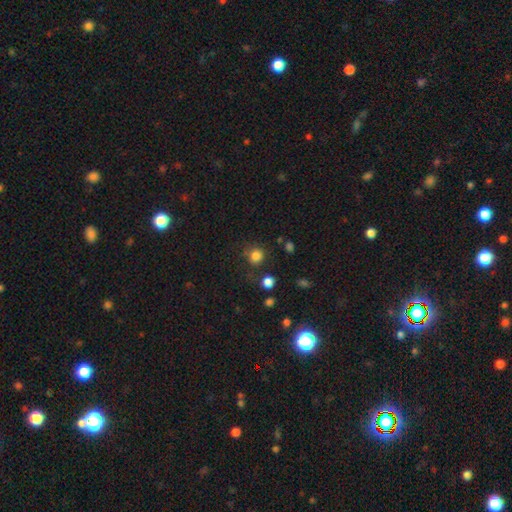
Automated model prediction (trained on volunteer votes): Morphology: type=smooth (80%); roundness=round (88%); merging=none (73%).